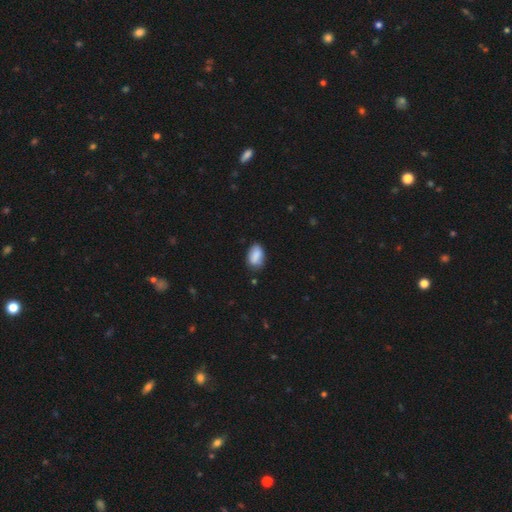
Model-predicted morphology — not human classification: This appears to be a smooth galaxy with no disk features (86%) that is in between round and cigar-shaped (90%). Merging: none (72%).